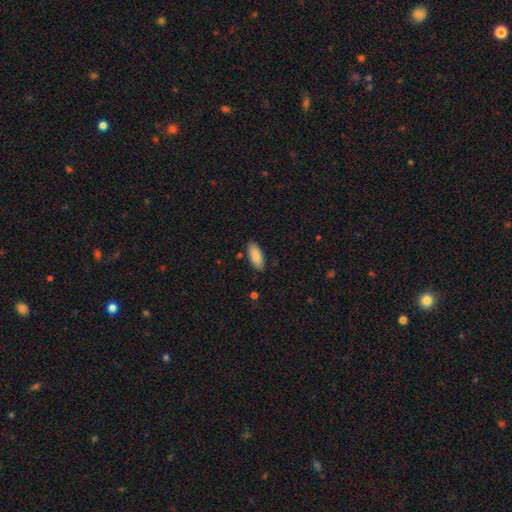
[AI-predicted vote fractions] Overall: smooth (88%). How rounded: in between (86%). Merging: none (85%).